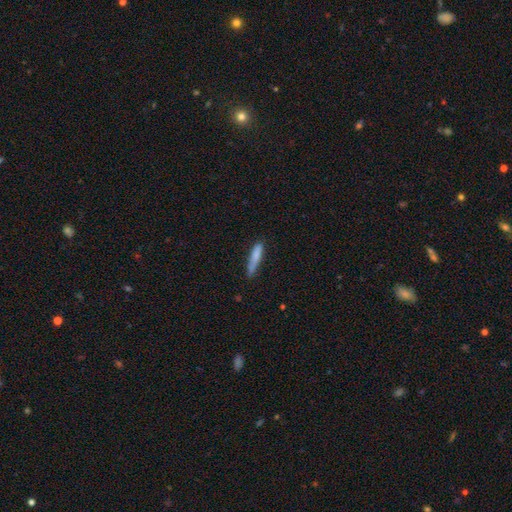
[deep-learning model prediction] Smooth or featured? smooth (80%)
How rounded? cigar-shaped (85%)
Merging? none (64%)